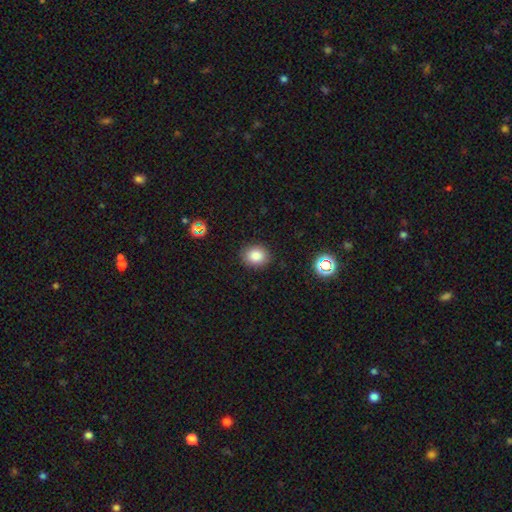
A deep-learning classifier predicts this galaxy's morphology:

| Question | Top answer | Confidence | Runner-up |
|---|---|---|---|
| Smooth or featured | smooth | 83% | star or artifact (11%) |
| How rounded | round | 60% | in between (40%) |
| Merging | none | 88% | minor disturbance (9%) |